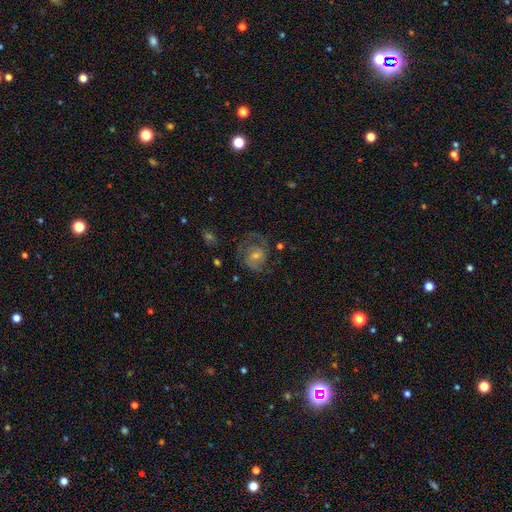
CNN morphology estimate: featured or disk 66%, smooth 26%, star or artifact 9%. Down the decision tree: edge-on disk — no (97%); bar — no (58%); spiral arms — yes (82%); spiral arm count — 2 (44%); spiral winding — medium (42%); bulge size — moderate (47%); merging — none (50%).